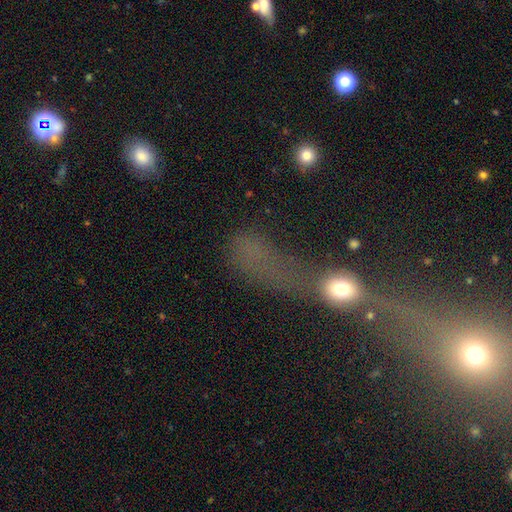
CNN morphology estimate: smooth_or_featured: smooth (p=0.48) [alt: featured or disk p=0.26]
merging: major disturbance (p=0.36) [alt: merger p=0.25]